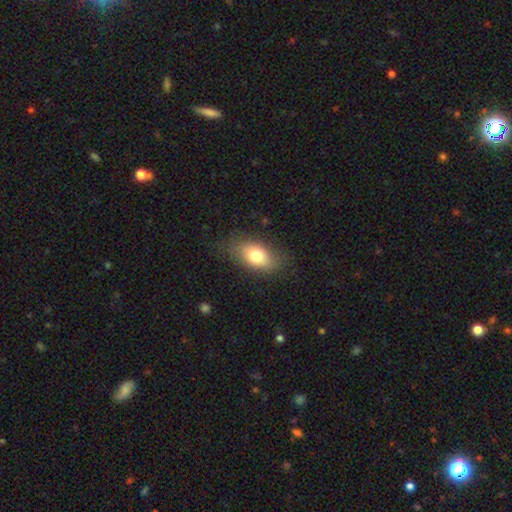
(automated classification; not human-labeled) Q: Smooth or featured?
A: smooth (76%); runner-up: featured or disk (15%)
Q: How rounded?
A: in between (86%); runner-up: round (10%)
Q: Merging?
A: none (79%); runner-up: minor disturbance (15%)